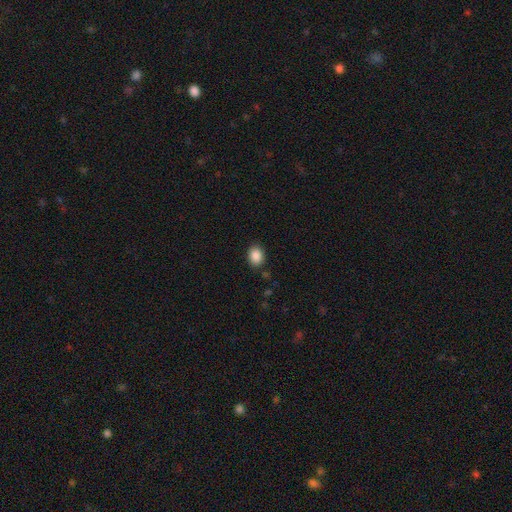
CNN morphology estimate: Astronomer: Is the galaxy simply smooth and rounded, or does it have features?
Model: smooth — 88%.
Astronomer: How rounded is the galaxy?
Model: in between — 58% (runner-up: round, 41%).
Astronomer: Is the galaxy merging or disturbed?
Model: none — 87%.